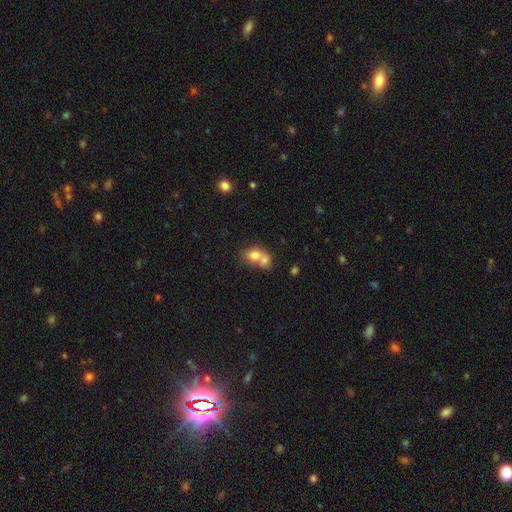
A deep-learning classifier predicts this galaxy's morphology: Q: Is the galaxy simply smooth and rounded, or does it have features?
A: smooth — 74%.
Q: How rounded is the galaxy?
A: round — 50%.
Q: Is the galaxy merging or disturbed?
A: merger — 68%.